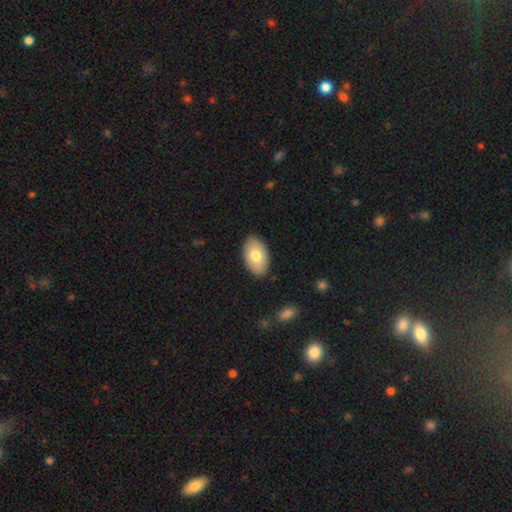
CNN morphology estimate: This is likely a smooth galaxy (73%). How rounded: clearly in between (93%). Merging: clearly none (85%).